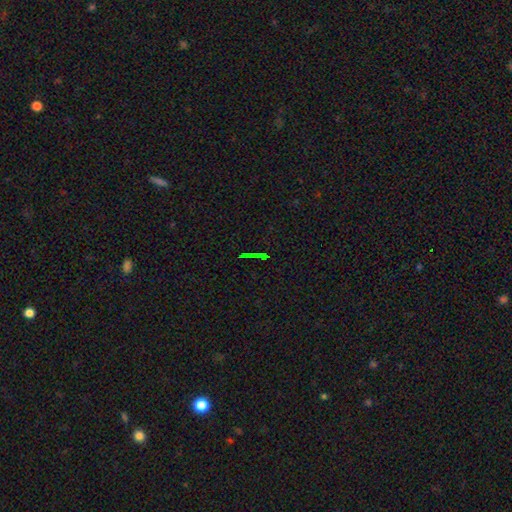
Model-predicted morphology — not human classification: Smooth or featured?
  - star or artifact: 68% *
  - featured or disk: 16%
  - smooth: 16%